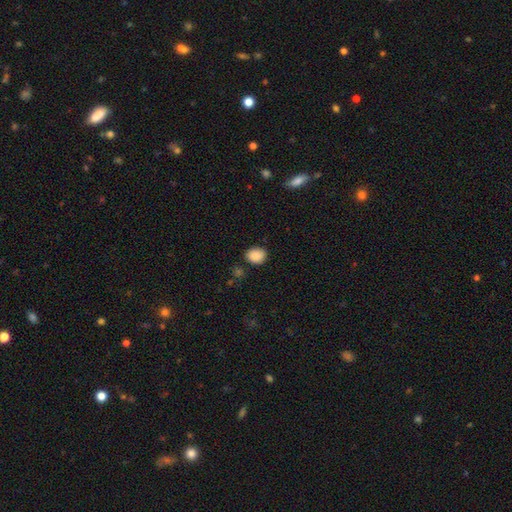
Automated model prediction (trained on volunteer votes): Smooth or featured: smooth — 88% (star or artifact — 8%)
How rounded: round — 54% (in between — 45%)
Merging: none — 83% (minor disturbance — 11%)